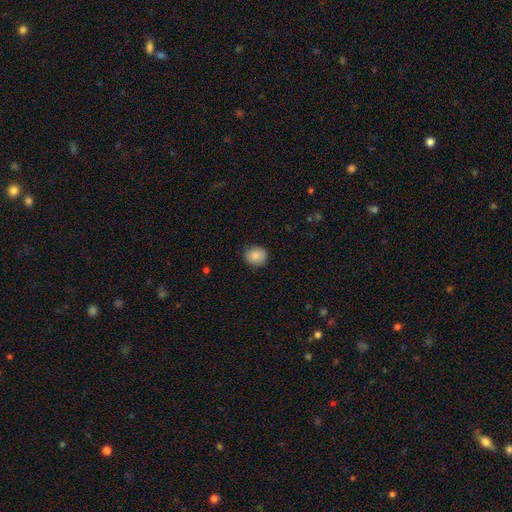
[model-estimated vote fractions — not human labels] Smooth or featured: smooth — 87% (star or artifact — 8%)
How rounded: round — 79% (in between — 21%)
Merging: none — 88% (minor disturbance — 9%)